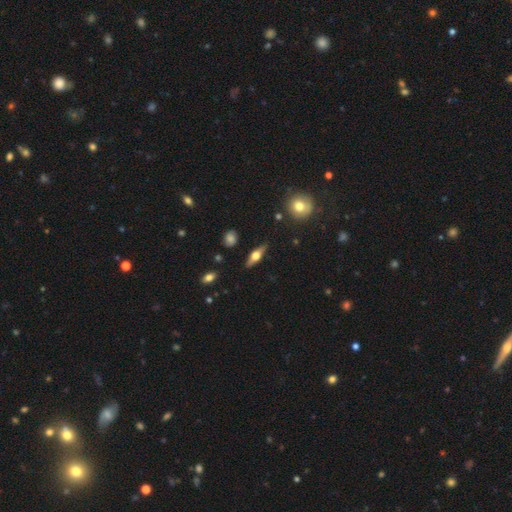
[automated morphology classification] The model was most divided on "smooth or featured": featured or disk: 61%, smooth: 32%, star or artifact: 7%. More confident: edge-on bulge — rounded (94%); edge-on disk — yes (93%); merging — none (86%).